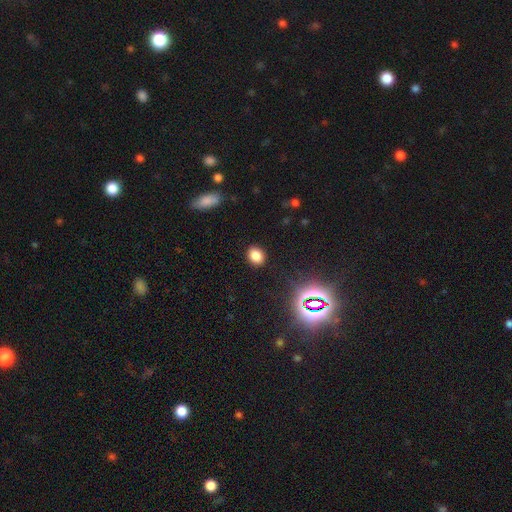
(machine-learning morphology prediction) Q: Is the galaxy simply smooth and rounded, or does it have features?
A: smooth — 80%.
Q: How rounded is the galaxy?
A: in between — 56%.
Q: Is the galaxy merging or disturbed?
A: none — 88%.